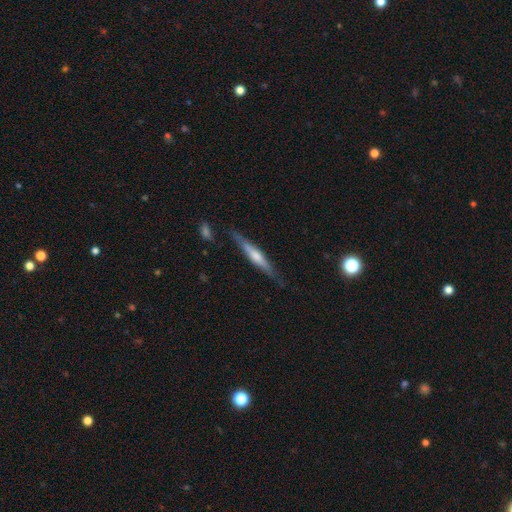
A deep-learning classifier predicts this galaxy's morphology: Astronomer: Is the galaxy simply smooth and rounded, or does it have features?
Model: featured or disk — 52% (runner-up: smooth, 43%).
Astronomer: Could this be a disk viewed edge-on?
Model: yes — 94%.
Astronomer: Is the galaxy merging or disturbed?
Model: none — 80%.